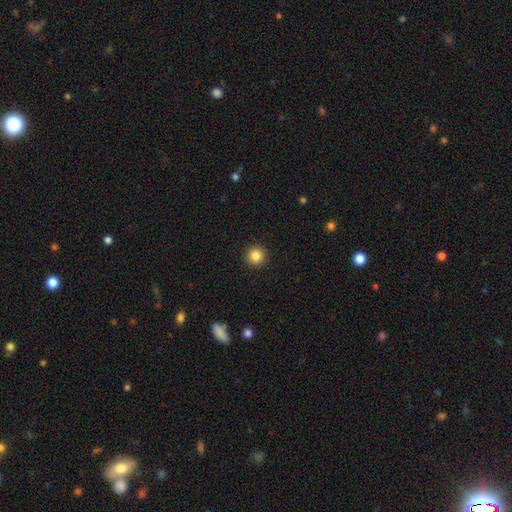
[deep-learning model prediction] This is clearly a smooth galaxy (85%). How rounded: clearly round (96%). Merging: clearly none (93%).